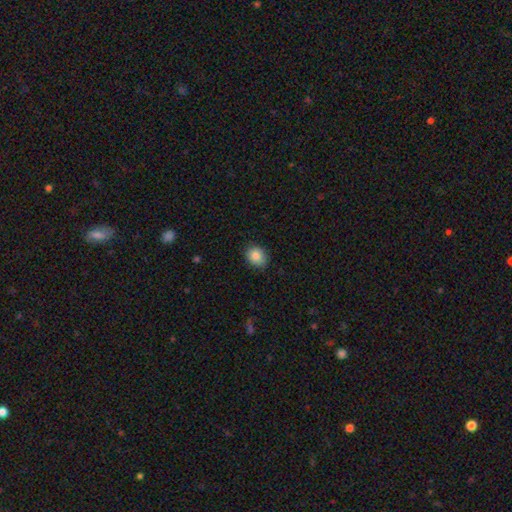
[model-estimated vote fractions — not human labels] smooth-or-featured: smooth: 86% | star or artifact: 9% | featured or disk: 5%
  how-rounded: round: 58% | in between: 41% | cigar-shaped: 1%
  merging: none: 82% | minor disturbance: 14% | major disturbance: 3% | merger: 1%